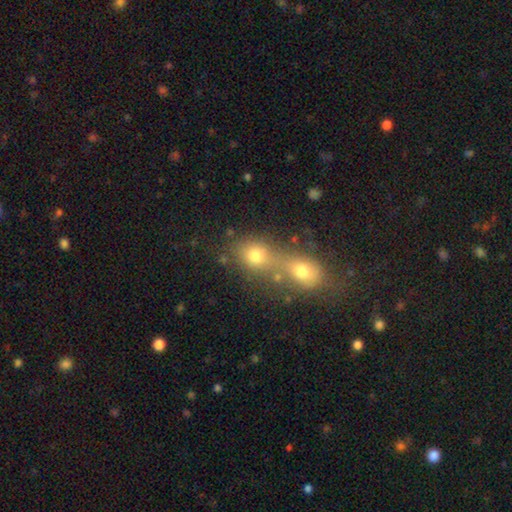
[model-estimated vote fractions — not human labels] smooth 72%, star or artifact 15%, featured or disk 13%. Down the decision tree: how rounded — round (54%); merging — merger (63%).